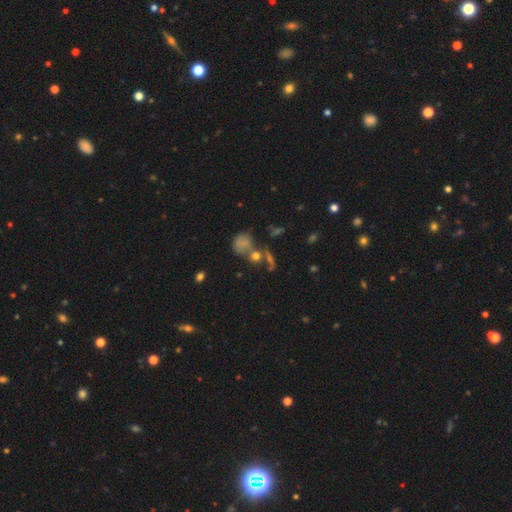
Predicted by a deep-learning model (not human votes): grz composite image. It shows a smooth galaxy with no disk features (54%) that is round (67%). Merging: none (44%).